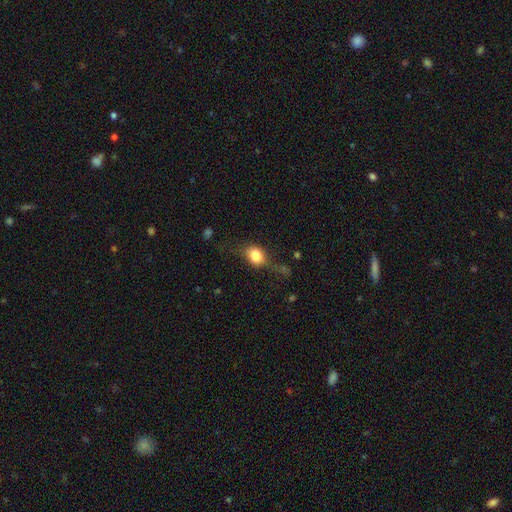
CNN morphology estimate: Smooth or featured?
  - smooth: 72% *
  - featured or disk: 19%
  - star or artifact: 10%
How rounded?
  - in between: 51% *
  - round: 46%
  - cigar-shaped: 3%
Merging?
  - none: 53% *
  - minor disturbance: 25%
  - major disturbance: 19%
  - merger: 3%